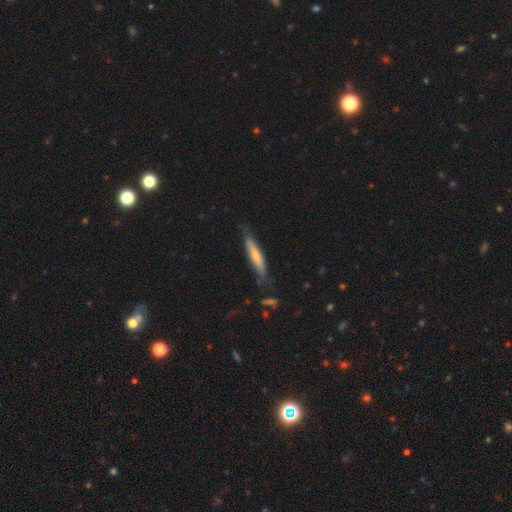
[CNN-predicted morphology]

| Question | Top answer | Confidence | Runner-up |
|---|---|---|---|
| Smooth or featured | smooth | 56% | featured or disk (38%) |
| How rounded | cigar-shaped | 87% | in between (12%) |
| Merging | none | 66% | minor disturbance (24%) |